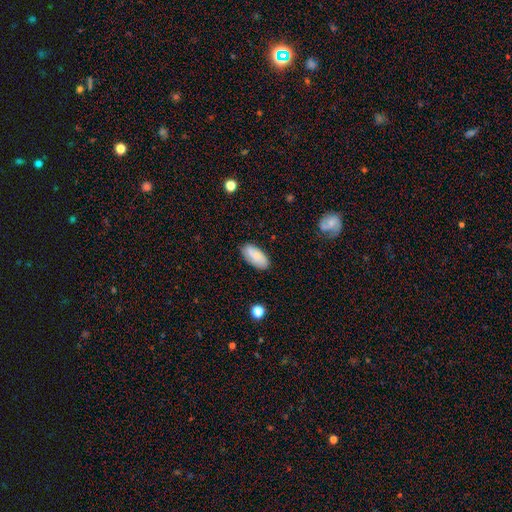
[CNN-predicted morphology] This appears to be a smooth galaxy with no disk features (73%) that is in between round and cigar-shaped (91%). Merging: none (84%).